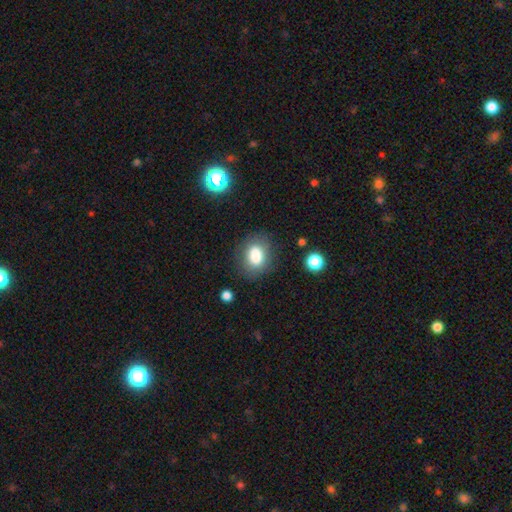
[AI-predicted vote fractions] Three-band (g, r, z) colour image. It shows a smooth galaxy with no disk features (82%) that is in between round and cigar-shaped (65%). Merging: none (76%).